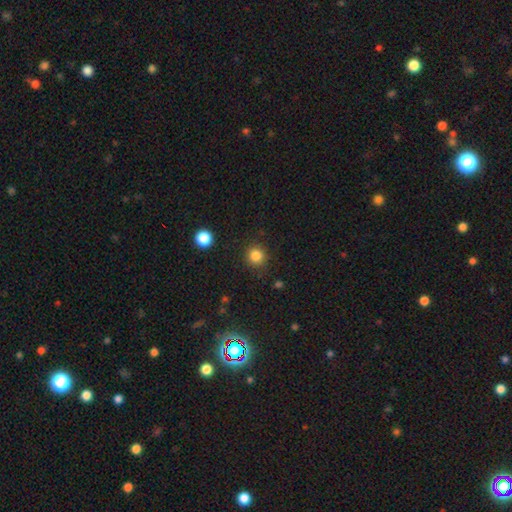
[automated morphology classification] A smooth galaxy with no disk features (84%) that is round (93%). Merging: none (88%).